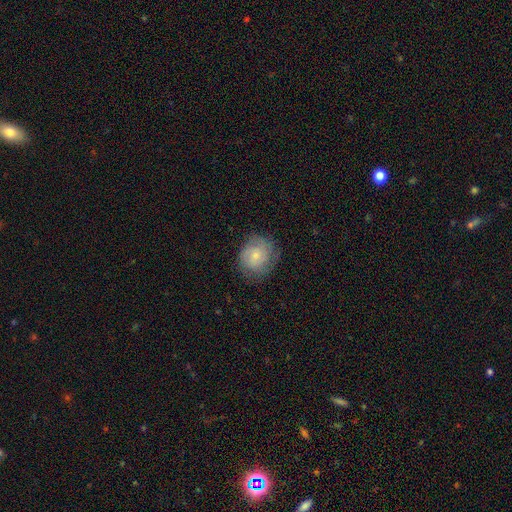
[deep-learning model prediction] Smooth or featured? Predicted: smooth (p=0.58). How rounded? Predicted: round (p=0.75). Merging? Predicted: none (p=0.72).